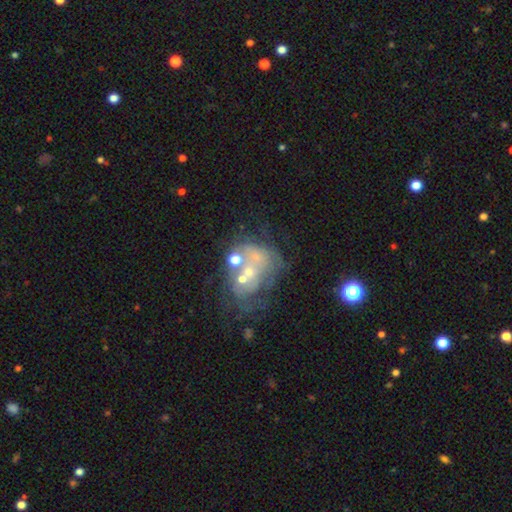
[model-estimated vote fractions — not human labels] Morphology: type=featured or disk (60%); edge-on=no (98%); bar=no (89%); spiral arms=no (80%); bulge=small (40%); merging=merger (29%).